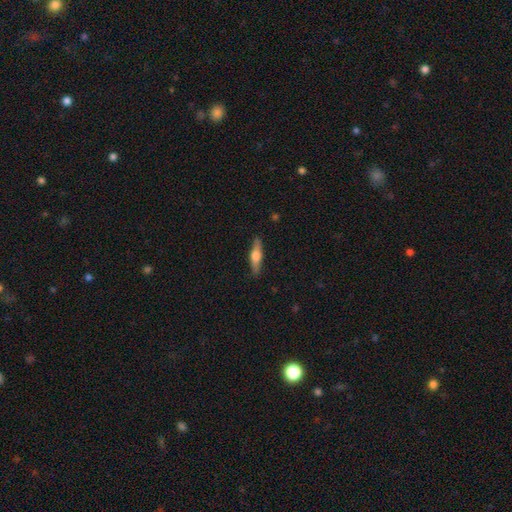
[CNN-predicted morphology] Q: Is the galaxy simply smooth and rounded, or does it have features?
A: featured or disk — 49%.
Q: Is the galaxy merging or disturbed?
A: none — 89%.